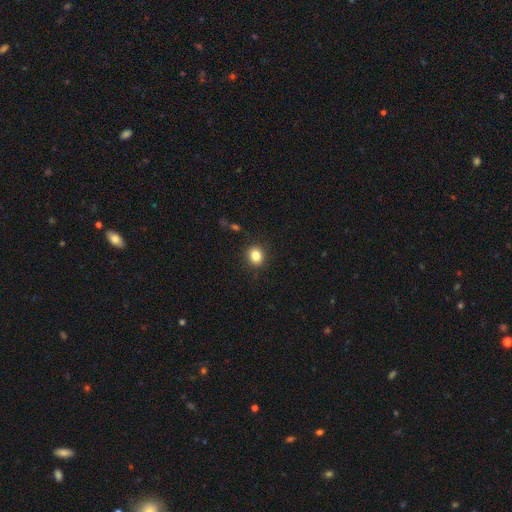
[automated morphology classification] A smooth galaxy with no disk features (83%) that is round (76%).

Vote fractions:
- Smooth or featured? smooth: 83% / star or artifact: 11% / featured or disk: 6%
- How rounded? round: 76% / in between: 23% / cigar-shaped: 1%
- Merging? none: 89% / minor disturbance: 7% / major disturbance: 2% / merger: 1%